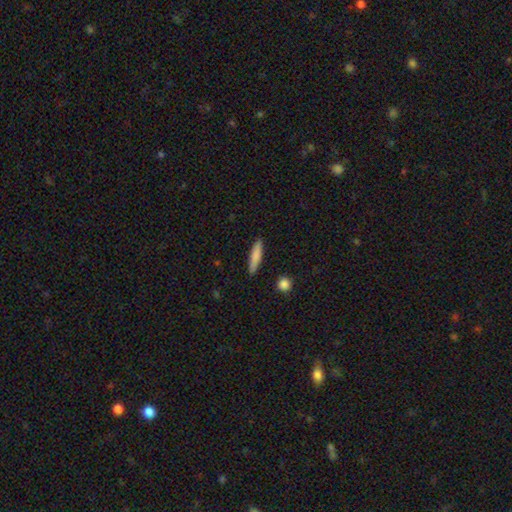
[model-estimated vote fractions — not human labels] Smooth or featured? smooth (82%)
How rounded? cigar-shaped (82%)
Merging? none (89%)